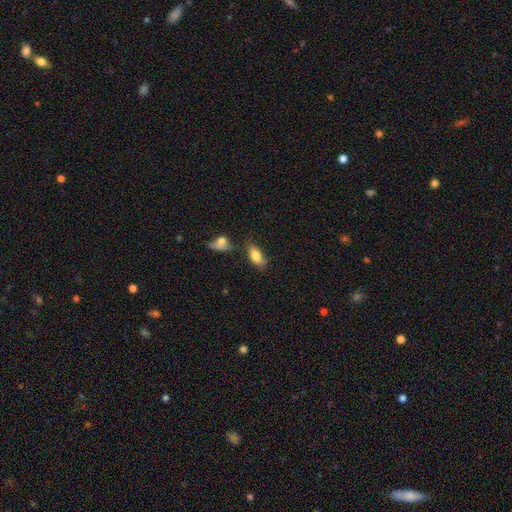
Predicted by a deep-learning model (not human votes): smooth_or_featured: smooth (p=0.79) [alt: featured or disk p=0.14]
how_rounded: in between (p=0.87) [alt: cigar-shaped p=0.09]
merging: none (p=0.59) [alt: minor disturbance p=0.21]